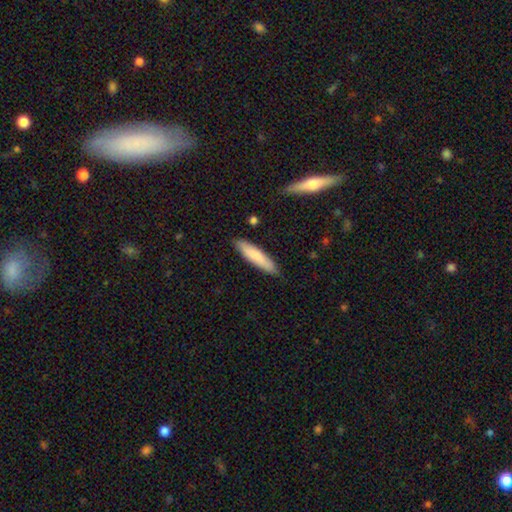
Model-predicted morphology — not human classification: Smooth or featured? Predicted: smooth (p=0.81). How rounded? Predicted: cigar-shaped (p=0.80). Merging? Predicted: none (p=0.87).